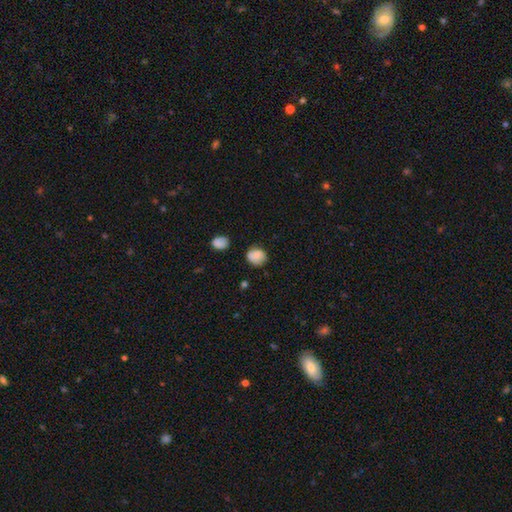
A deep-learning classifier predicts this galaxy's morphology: The model was most divided on "how rounded": round: 73%, in between: 26%, cigar-shaped: 1%. More confident: smooth or featured — smooth (81%); merging — none (70%).